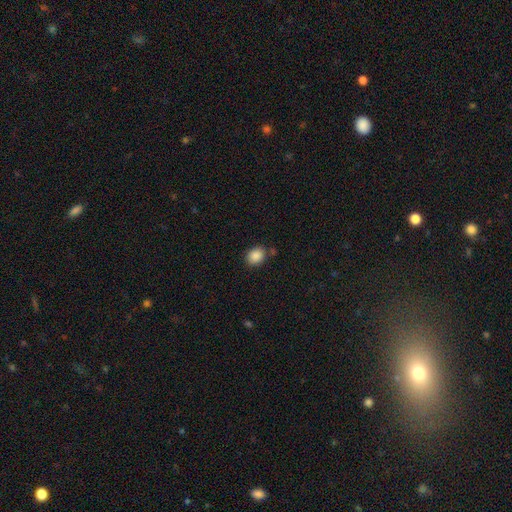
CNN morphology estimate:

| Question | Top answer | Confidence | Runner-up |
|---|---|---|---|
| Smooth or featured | smooth | 88% | star or artifact (9%) |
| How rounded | in between | 52% | round (47%) |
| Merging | none | 79% | minor disturbance (12%) |